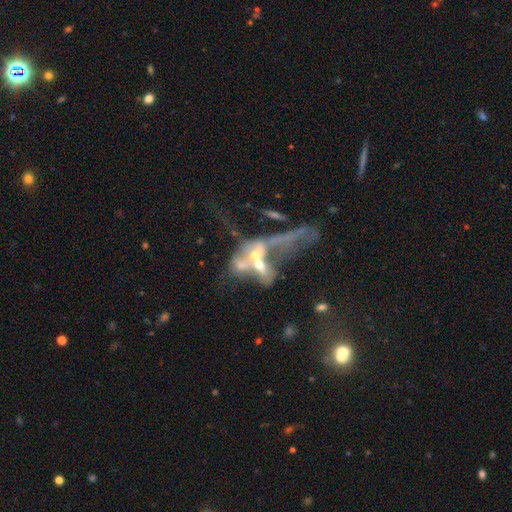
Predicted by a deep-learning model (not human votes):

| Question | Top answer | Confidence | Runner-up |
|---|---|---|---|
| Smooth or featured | featured or disk | 62% | star or artifact (20%) |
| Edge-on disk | no | 81% | yes (19%) |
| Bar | no | 82% | weak (12%) |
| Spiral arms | no | 81% | yes (19%) |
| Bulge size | moderate | 36% | small (30%) |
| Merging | merger | 62% | major disturbance (22%) |